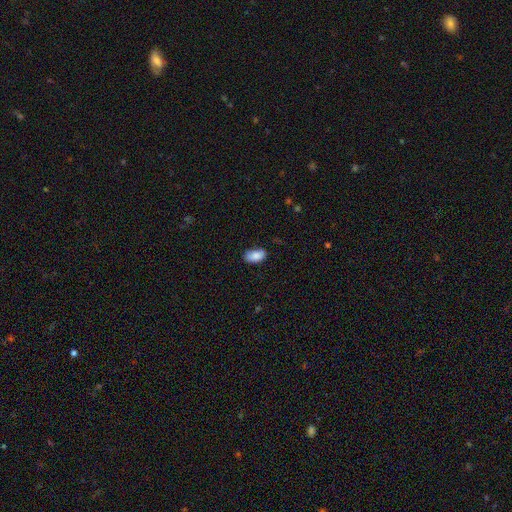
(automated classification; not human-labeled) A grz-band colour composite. It shows a smooth galaxy with no disk features (87%) that is in between round and cigar-shaped (94%). Merging: none (75%).